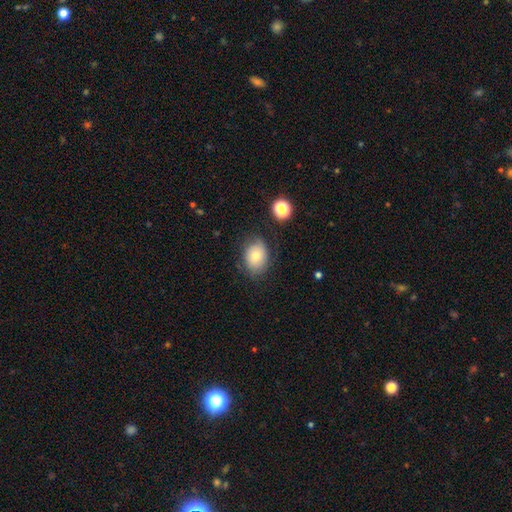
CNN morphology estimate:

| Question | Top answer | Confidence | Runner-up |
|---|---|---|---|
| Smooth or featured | smooth | 72% | featured or disk (18%) |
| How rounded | in between | 65% | round (34%) |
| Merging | none | 72% | minor disturbance (20%) |